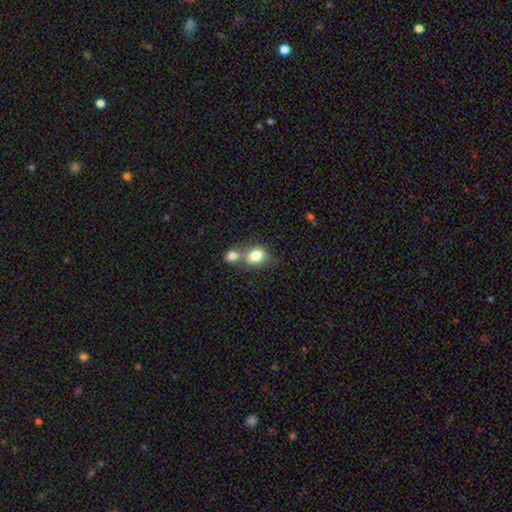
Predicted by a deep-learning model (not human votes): smooth 79%, featured or disk 13%, star or artifact 8%. Down the decision tree: how rounded — in between (70%); merging — merger (54%).